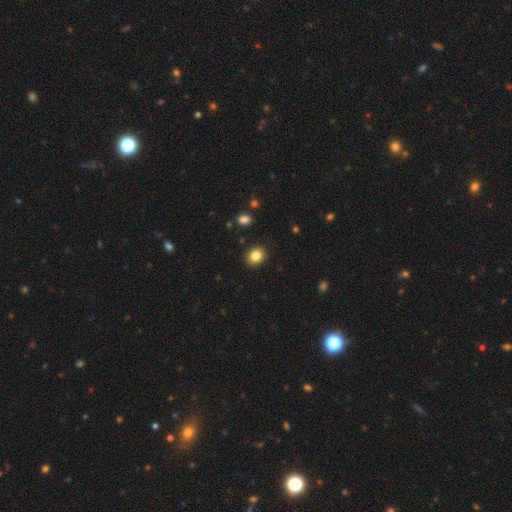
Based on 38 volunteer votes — smooth 89%, star or artifact 8%, featured or disk 3%. Down the decision tree: how rounded — in between (56%); merging — none (97%).